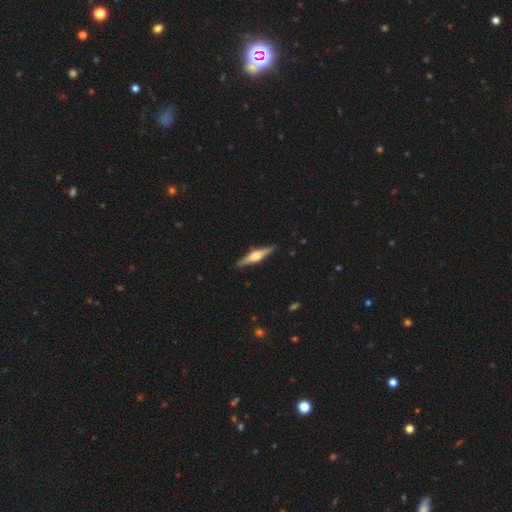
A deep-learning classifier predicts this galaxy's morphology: Smooth or featured? featured or disk (74%)
Edge-on disk? yes (98%)
Edge-on bulge? rounded (90%)
Merging? none (90%)